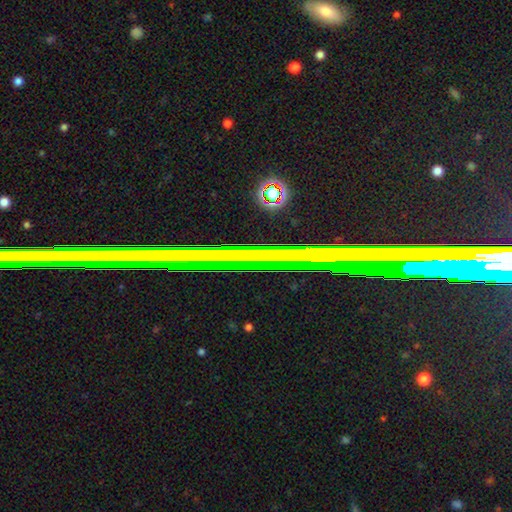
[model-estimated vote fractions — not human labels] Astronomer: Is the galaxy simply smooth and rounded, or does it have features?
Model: star or artifact — 63%.